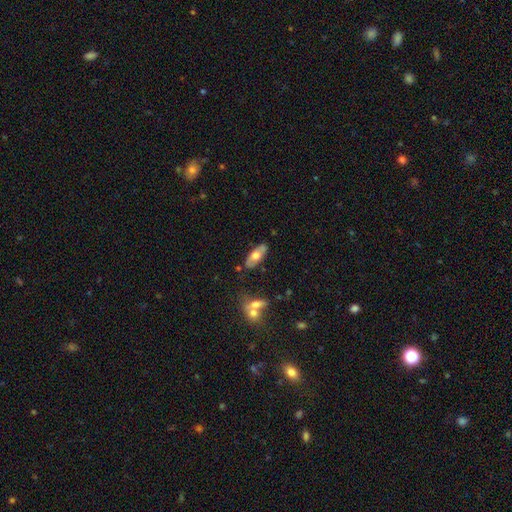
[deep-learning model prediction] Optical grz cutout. It shows a smooth galaxy with no disk features (54%) that is in between round and cigar-shaped (82%). Merging: none (77%).